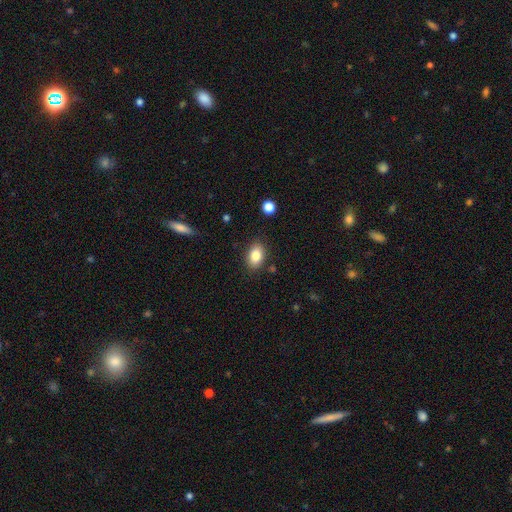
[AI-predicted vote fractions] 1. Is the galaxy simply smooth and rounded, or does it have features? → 85% smooth, 8% star or artifact, 7% featured or disk.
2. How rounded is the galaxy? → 86% in between, 13% round, 1% cigar-shaped.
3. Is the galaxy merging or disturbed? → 85% none, 11% minor disturbance, 3% major disturbance, 2% merger.